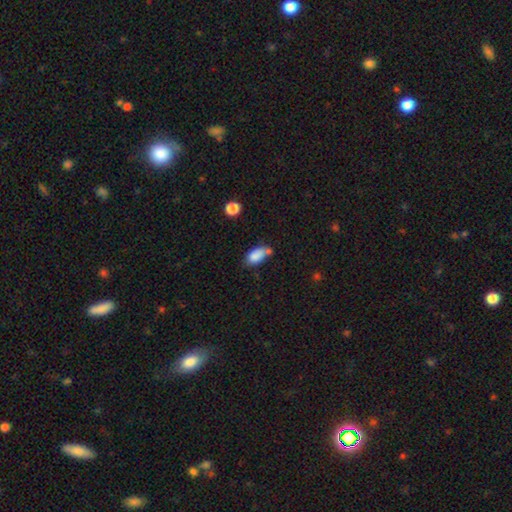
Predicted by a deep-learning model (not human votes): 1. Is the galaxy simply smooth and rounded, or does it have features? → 83% smooth, 9% star or artifact, 8% featured or disk.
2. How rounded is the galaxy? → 90% in between, 6% round, 4% cigar-shaped.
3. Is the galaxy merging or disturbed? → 47% none, 25% minor disturbance, 21% merger, 7% major disturbance.